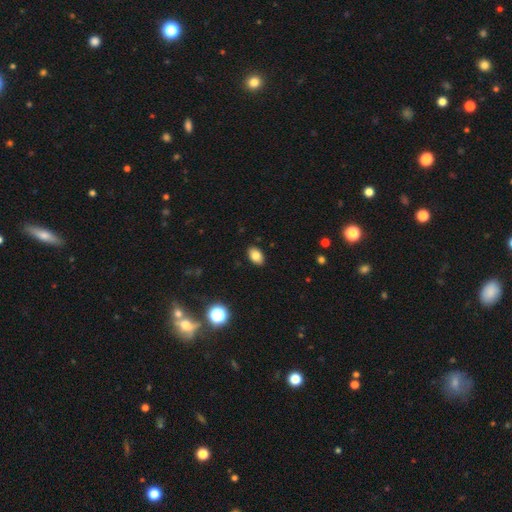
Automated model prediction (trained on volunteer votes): Q: Smooth or featured?
A: smooth (83%); runner-up: star or artifact (10%)
Q: How rounded?
A: in between (88%); runner-up: round (11%)
Q: Merging?
A: none (89%); runner-up: minor disturbance (8%)